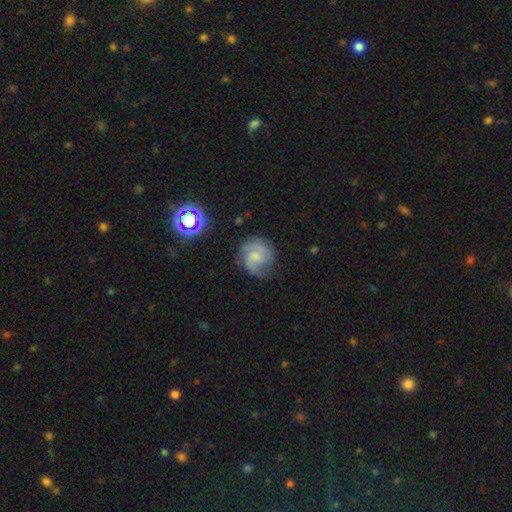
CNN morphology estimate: A featured or disk galaxy (59%) with no bar (60%), 2 (47%) medium (44%) spiral arms (91%) and a small central bulge (50%). Merging: none (67%).